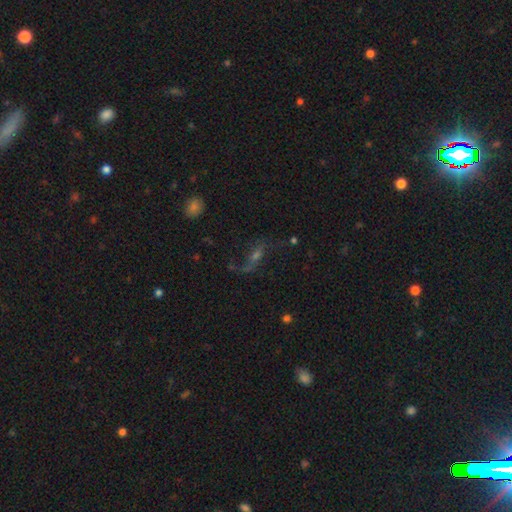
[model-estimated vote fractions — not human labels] Smooth or featured: featured or disk — 60% (star or artifact — 21%)
Edge-on disk: no — 82% (yes — 18%)
Merging: none — 56% (major disturbance — 23%)